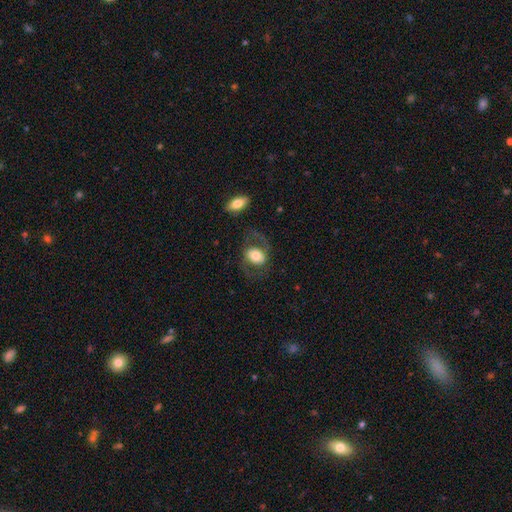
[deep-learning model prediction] smooth_or_featured: smooth (p=0.47) [alt: featured or disk p=0.46]
merging: none (p=0.65) [alt: major disturbance p=0.17]